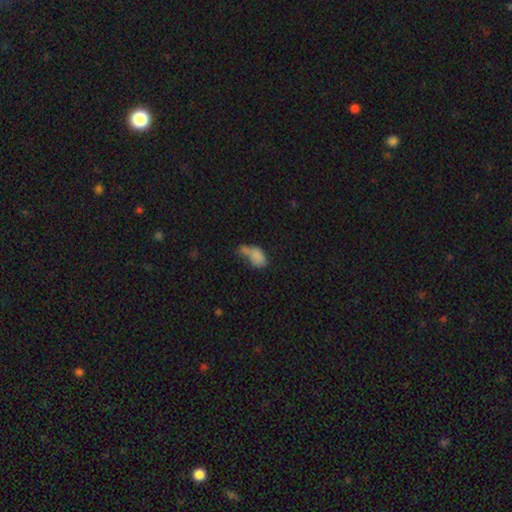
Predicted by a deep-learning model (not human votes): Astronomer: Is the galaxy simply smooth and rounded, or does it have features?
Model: smooth — 76%.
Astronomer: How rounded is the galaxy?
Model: in between — 87%.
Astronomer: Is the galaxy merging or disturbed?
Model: merger — 38% (runner-up: none, 22%).